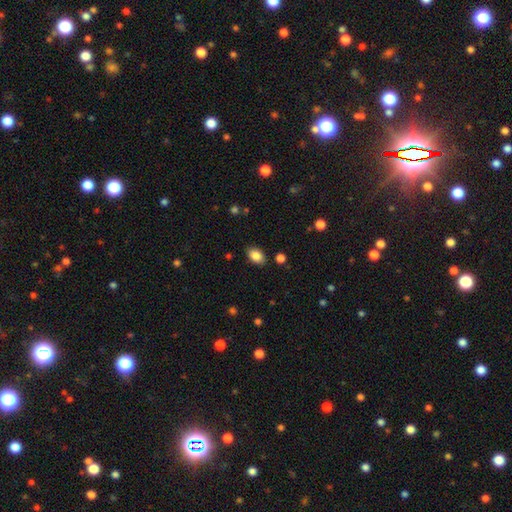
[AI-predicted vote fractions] The model was most divided on "how rounded": in between: 87%, round: 12%, cigar-shaped: 1%. More confident: smooth or featured — smooth (86%); merging — none (86%).